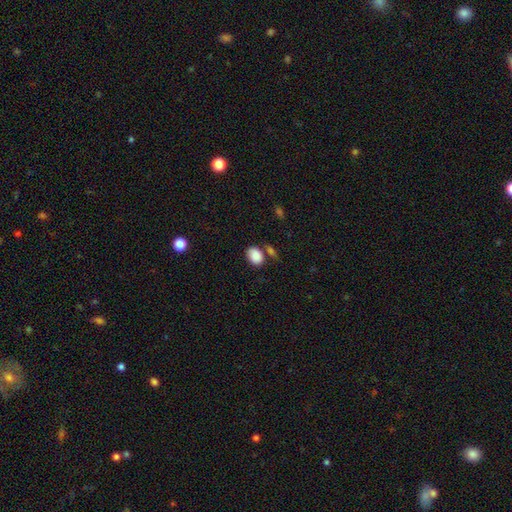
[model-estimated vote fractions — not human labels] Morphology: type=smooth (88%); roundness=in between (75%); merging=none (65%).